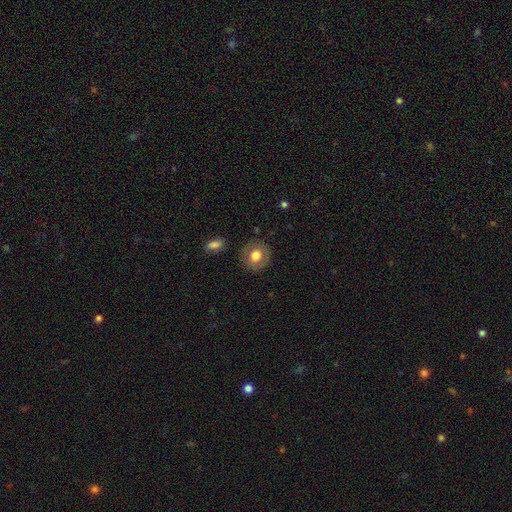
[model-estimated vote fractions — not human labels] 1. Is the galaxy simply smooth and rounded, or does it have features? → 70% smooth, 22% featured or disk, 8% star or artifact.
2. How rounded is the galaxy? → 85% round, 14% in between, 1% cigar-shaped.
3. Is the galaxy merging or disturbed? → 86% none, 10% minor disturbance, 3% major disturbance, 2% merger.